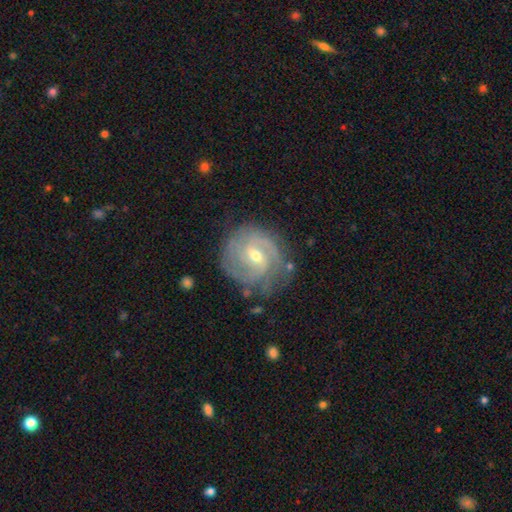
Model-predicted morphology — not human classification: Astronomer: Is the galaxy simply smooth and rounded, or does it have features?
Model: featured or disk — 86%.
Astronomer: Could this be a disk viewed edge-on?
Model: no — 98%.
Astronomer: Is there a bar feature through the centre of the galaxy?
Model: weak — 56%.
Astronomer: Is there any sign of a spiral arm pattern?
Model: yes — 96%.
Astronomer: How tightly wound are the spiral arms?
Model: tight — 55% (runner-up: medium, 36%).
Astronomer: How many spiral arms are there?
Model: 2 — 39% (runner-up: 3, 24%).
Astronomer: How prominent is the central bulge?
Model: moderate — 49% (runner-up: small, 48%).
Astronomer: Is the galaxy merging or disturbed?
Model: none — 73%.